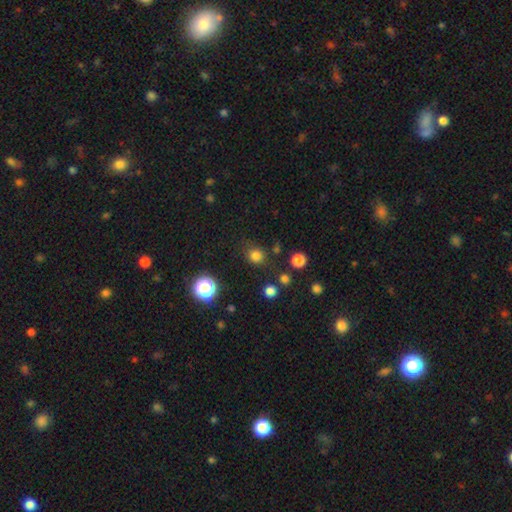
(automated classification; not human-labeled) smooth-or-featured: smooth: 78% | star or artifact: 18% | featured or disk: 4%
  how-rounded: round: 85% | in between: 14% | cigar-shaped: 1%
  merging: none: 80% | minor disturbance: 12% | major disturbance: 4% | merger: 4%